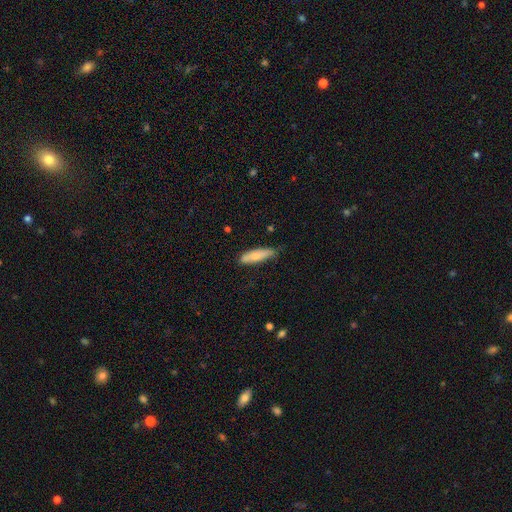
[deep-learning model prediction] smooth-or-featured: smooth: 75% | featured or disk: 19% | star or artifact: 6%
  how-rounded: cigar-shaped: 69% | in between: 30% | round: 2%
  merging: none: 71% | minor disturbance: 23% | major disturbance: 4% | merger: 3%